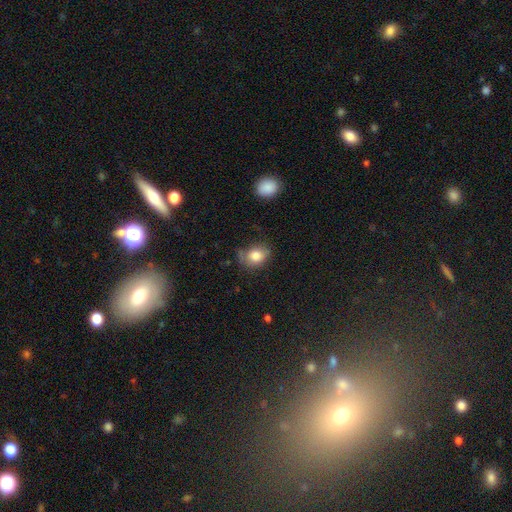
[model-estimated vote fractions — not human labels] Q: Smooth or featured?
A: smooth (81%); runner-up: featured or disk (10%)
Q: How rounded?
A: in between (55%); runner-up: round (44%)
Q: Merging?
A: none (62%); runner-up: minor disturbance (27%)